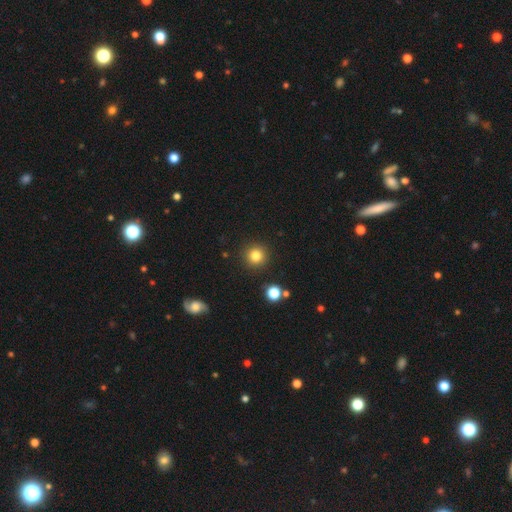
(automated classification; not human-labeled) The model was most divided on "smooth or featured": smooth: 82%, star or artifact: 12%, featured or disk: 6%. More confident: how rounded — round (95%); merging — none (90%).